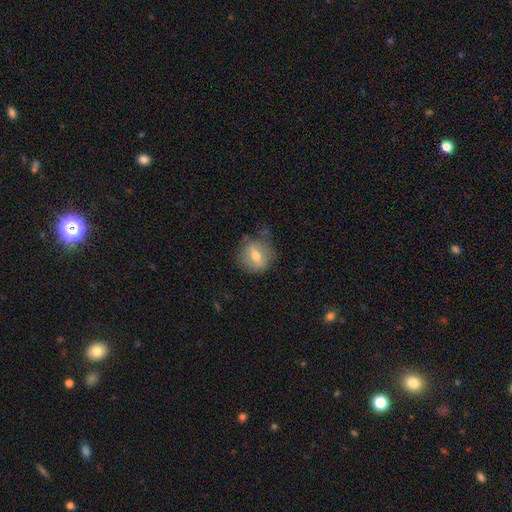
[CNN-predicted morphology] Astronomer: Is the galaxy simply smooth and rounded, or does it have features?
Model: smooth — 55% (runner-up: featured or disk, 37%).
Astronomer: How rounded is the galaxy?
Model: round — 76%.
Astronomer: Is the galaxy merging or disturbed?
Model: none — 71%.